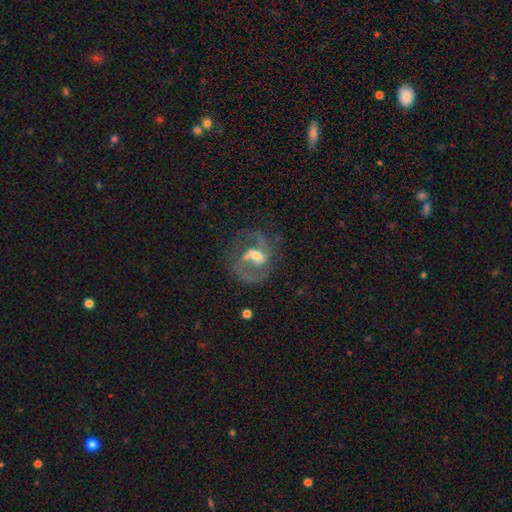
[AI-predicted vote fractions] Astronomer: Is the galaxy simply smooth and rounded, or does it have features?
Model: featured or disk — 79%.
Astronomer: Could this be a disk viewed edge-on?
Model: no — 97%.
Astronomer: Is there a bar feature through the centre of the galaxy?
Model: weak — 51% (runner-up: strong, 26%).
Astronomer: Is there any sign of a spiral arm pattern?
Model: yes — 85%.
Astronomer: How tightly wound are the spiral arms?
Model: medium — 53% (runner-up: loose, 29%).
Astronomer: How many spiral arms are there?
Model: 2 — 76%.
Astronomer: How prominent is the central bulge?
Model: moderate — 59%.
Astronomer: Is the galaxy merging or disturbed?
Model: none — 56%.